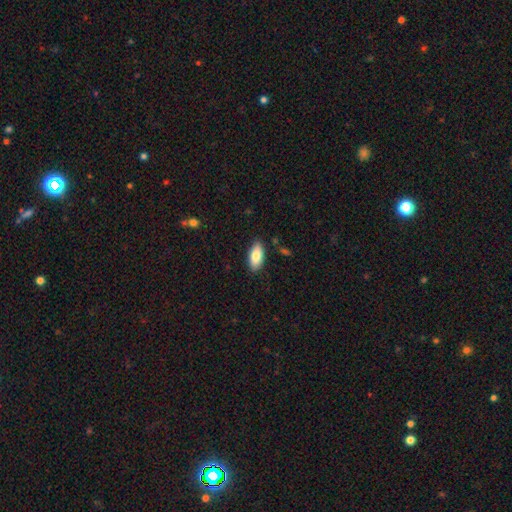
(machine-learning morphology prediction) The model was most divided on "smooth or featured": smooth: 82%, featured or disk: 11%, star or artifact: 6%. More confident: how rounded — in between (90%); merging — none (85%).